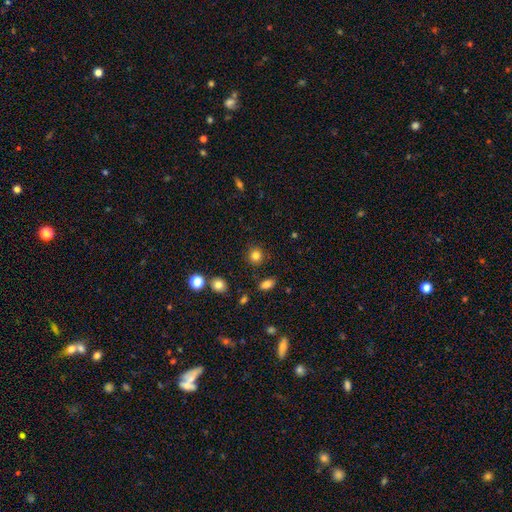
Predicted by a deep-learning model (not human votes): A smooth galaxy with no disk features (83%) that is round (89%).

Vote fractions:
- Smooth or featured? smooth: 83% / star or artifact: 12% / featured or disk: 5%
- How rounded? round: 89% / in between: 10% / cigar-shaped: 1%
- Merging? none: 88% / minor disturbance: 7% / major disturbance: 2% / merger: 2%